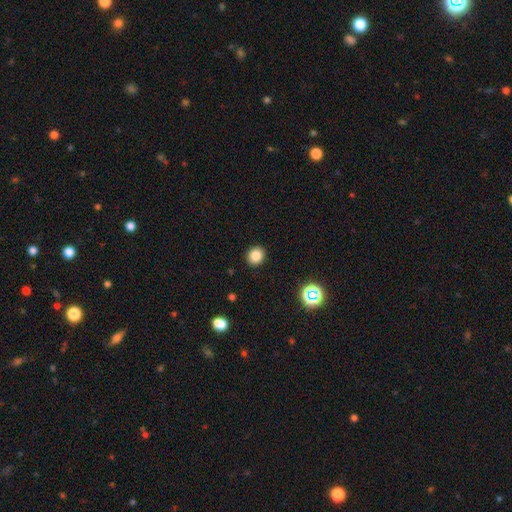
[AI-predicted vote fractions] A smooth galaxy with no disk features (83%) that is round (75%). Merging: none (92%).